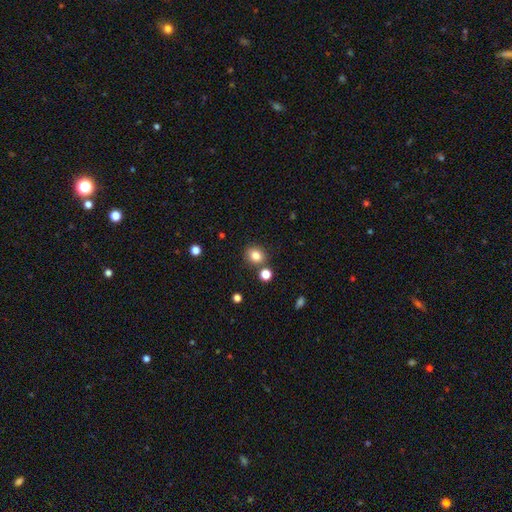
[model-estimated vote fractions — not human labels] Overall: smooth (82%). How rounded: round (75%). Merging: none (80%).